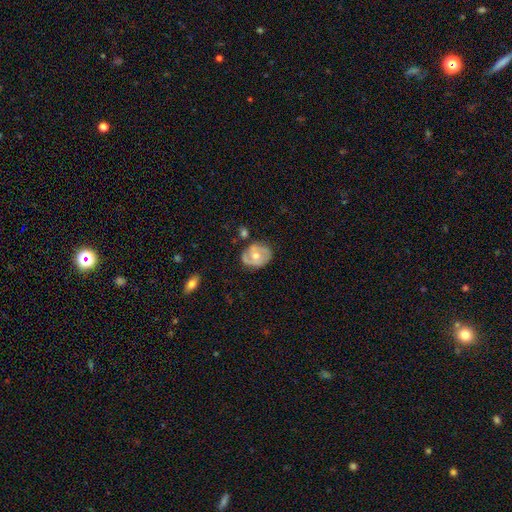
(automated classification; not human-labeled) Smooth or featured? featured or disk (66%)
Edge-on disk? no (97%)
Bar? no (65%)
Spiral arms? yes (79%)
Spiral winding? tight (43%)
Spiral arm count? 2 (55%)
Bulge size? moderate (63%)
Merging? none (61%)